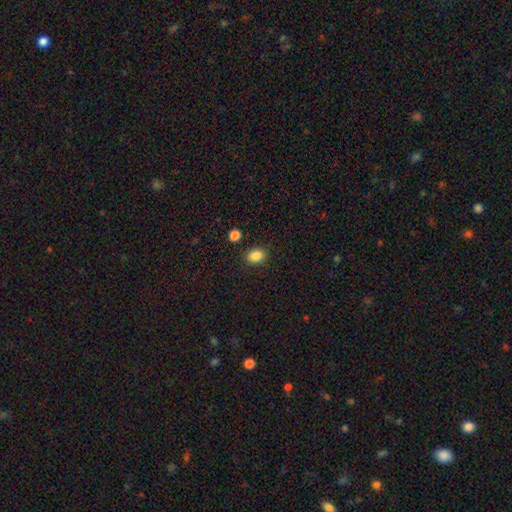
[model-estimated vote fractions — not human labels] Smooth or featured? smooth (86%)
How rounded? in between (65%)
Merging? none (86%)